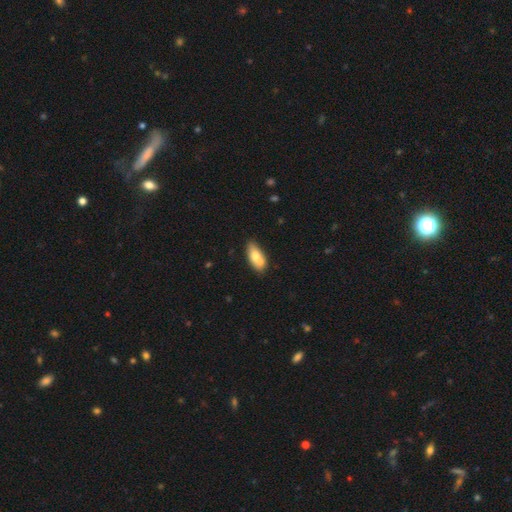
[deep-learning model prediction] This is likely a smooth galaxy (69%). How rounded: clearly in between (86%). Merging: likely none (61%).